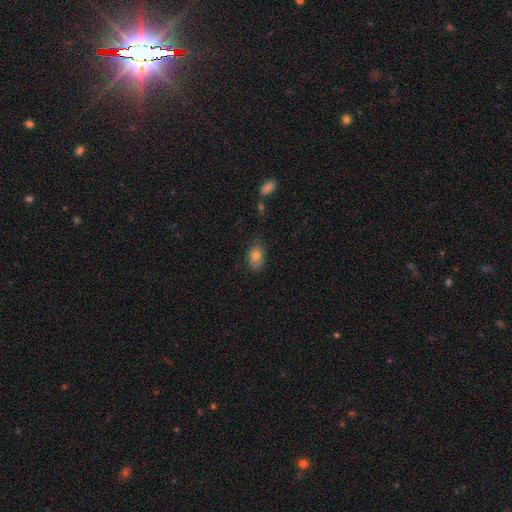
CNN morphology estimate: This appears to be a smooth galaxy with no disk features (81%) that is in between round and cigar-shaped (86%). Merging: none (72%).